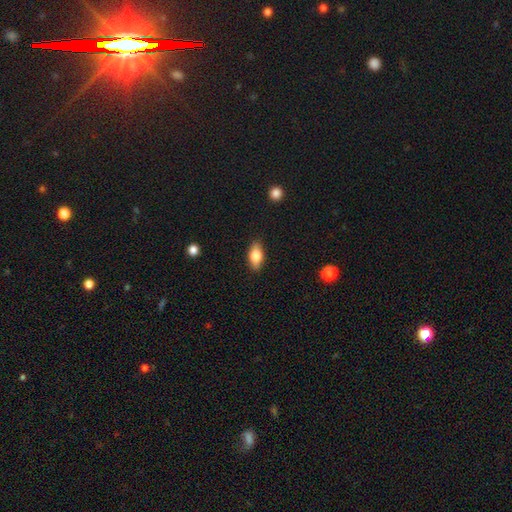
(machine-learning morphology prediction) A smooth galaxy with no disk features (77%) that is in between round and cigar-shaped (87%). Merging: none (86%).